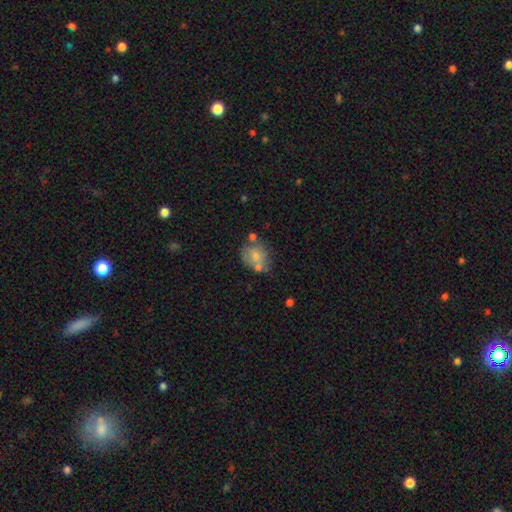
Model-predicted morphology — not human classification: smooth-or-featured: smooth: 68% | featured or disk: 23% | star or artifact: 9%
  how-rounded: round: 59% | in between: 40% | cigar-shaped: 1%
  merging: none: 47% | minor disturbance: 22% | merger: 21% | major disturbance: 10%